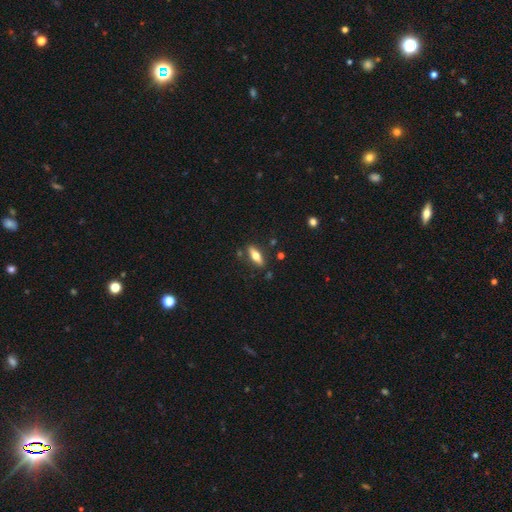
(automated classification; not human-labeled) Smooth or featured?
  - smooth: 51% *
  - featured or disk: 43%
  - star or artifact: 7%
How rounded?
  - in between: 51% *
  - cigar-shaped: 46%
  - round: 3%
Merging?
  - none: 84% *
  - minor disturbance: 10%
  - merger: 3%
  - major disturbance: 2%